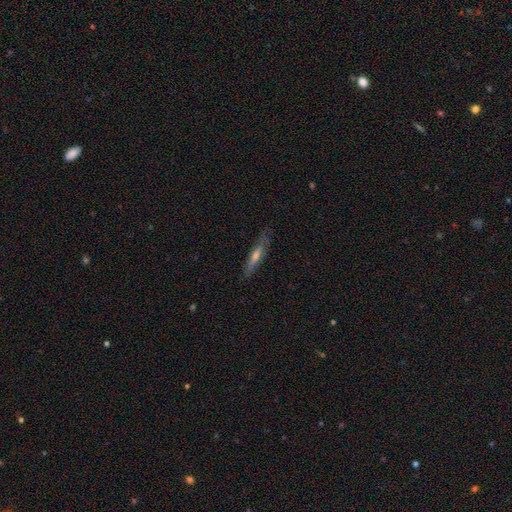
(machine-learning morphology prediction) This appears to be a featured or disk galaxy (55%) viewed edge-on (81%). Merging: none (79%).